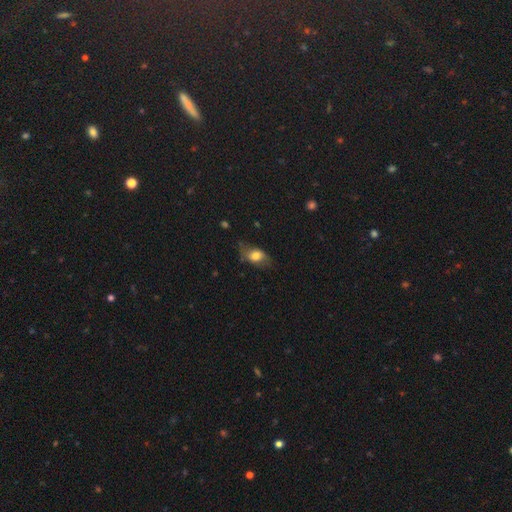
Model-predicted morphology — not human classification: smooth-or-featured: smooth: 67% | featured or disk: 24% | star or artifact: 9%
  how-rounded: in between: 82% | round: 14% | cigar-shaped: 3%
  merging: none: 57% | minor disturbance: 29% | major disturbance: 12% | merger: 2%